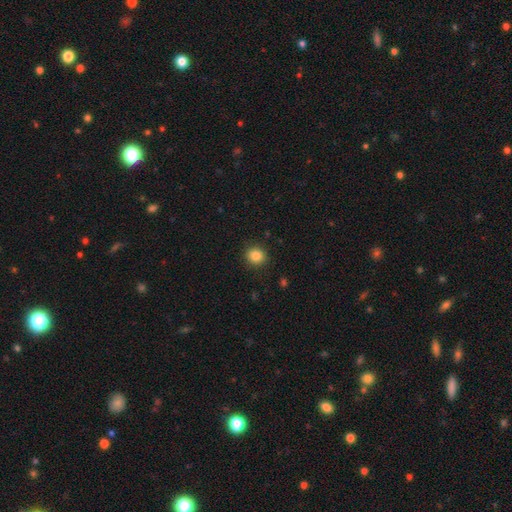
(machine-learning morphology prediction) Q: Smooth or featured?
A: smooth (85%); runner-up: star or artifact (10%)
Q: How rounded?
A: round (85%); runner-up: in between (14%)
Q: Merging?
A: none (90%); runner-up: minor disturbance (7%)